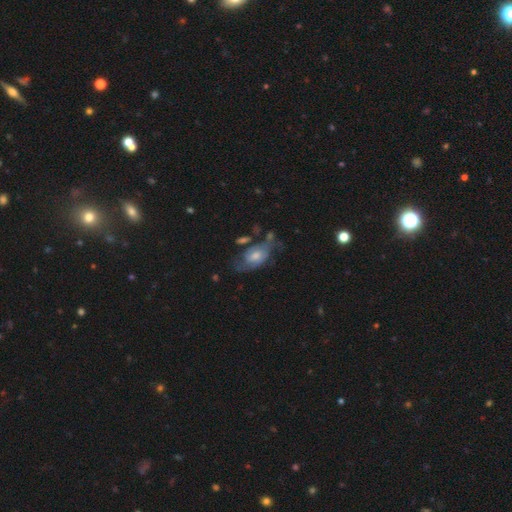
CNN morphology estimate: Smooth or featured? Predicted: featured or disk (p=0.65). Edge-on disk? Predicted: no (p=0.94). Bar? Predicted: no (p=0.66). Spiral arms? Predicted: yes (p=0.81). Bulge size? Predicted: moderate (p=0.52). Merging? Predicted: none (p=0.44).